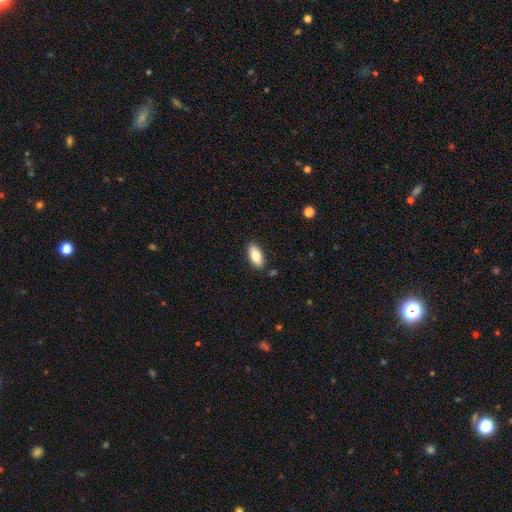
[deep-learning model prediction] This appears to be a smooth galaxy with no disk features (80%) that is in between round and cigar-shaped (89%). Merging: none (87%).